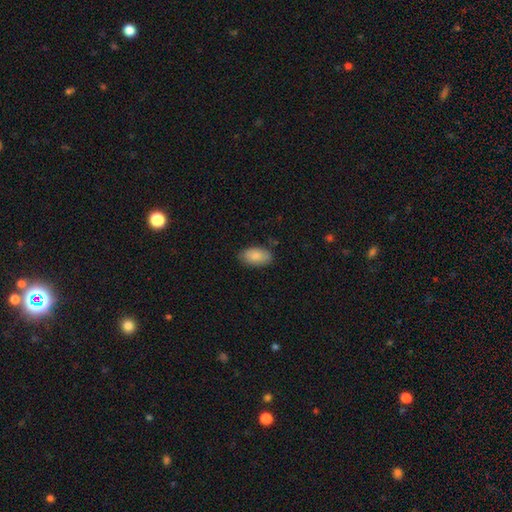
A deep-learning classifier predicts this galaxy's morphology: Smooth or featured? smooth (85%)
How rounded? in between (95%)
Merging? none (81%)